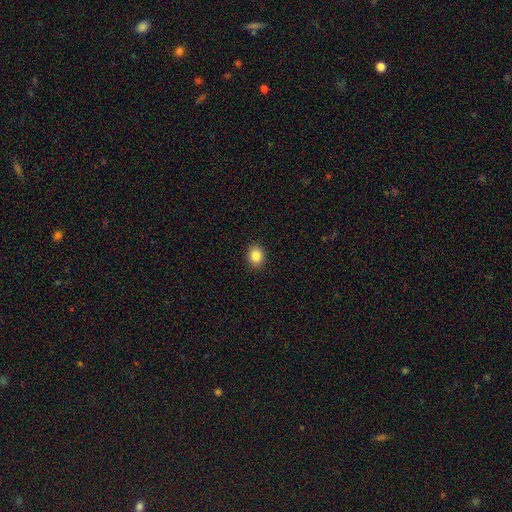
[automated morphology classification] A smooth galaxy with no disk features (85%) that is round (59%). Merging: none (91%).